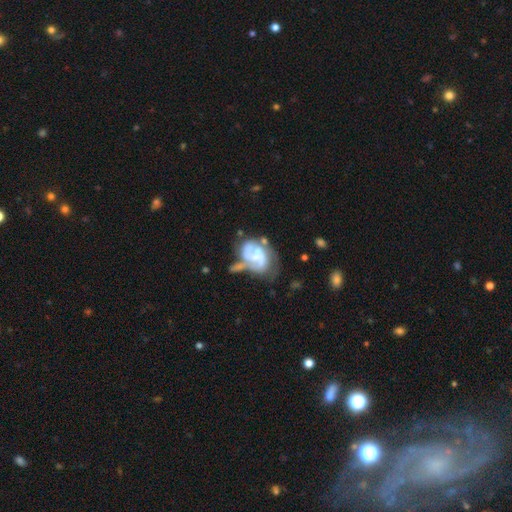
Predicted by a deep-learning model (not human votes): featured or disk 73%, smooth 20%, star or artifact 7%. Down the decision tree: edge-on disk — no (98%); bar — no (61%); spiral arms — yes (79%); spiral arm count — 2 (50%); spiral winding — medium (41%); bulge size — small (39%); merging — major disturbance (31%).